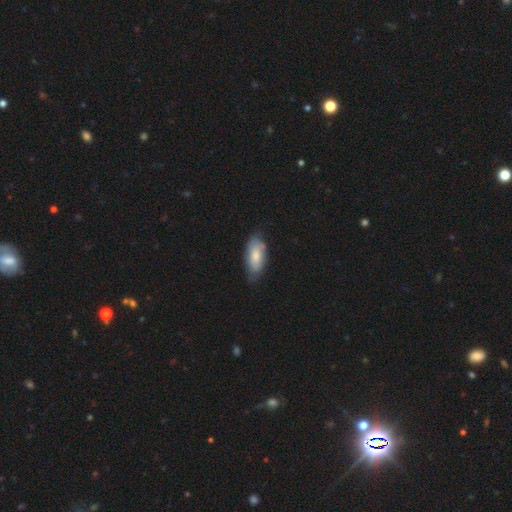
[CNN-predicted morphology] This appears to be a smooth galaxy with no disk features (73%) that is in between round and cigar-shaped (88%). Merging: none (63%).